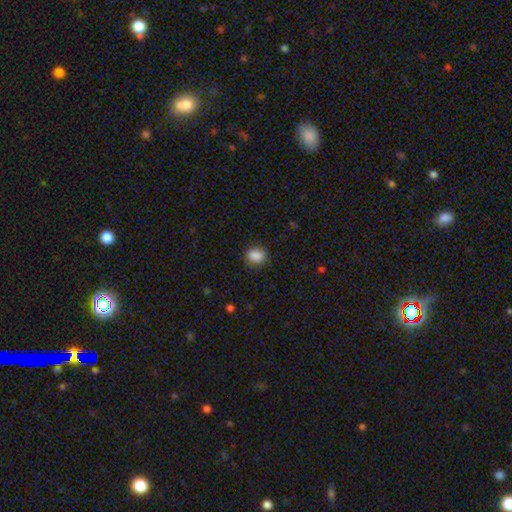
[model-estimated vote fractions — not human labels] This appears to be a smooth galaxy with no disk features (87%) that is in between round and cigar-shaped (57%). Merging: none (82%).